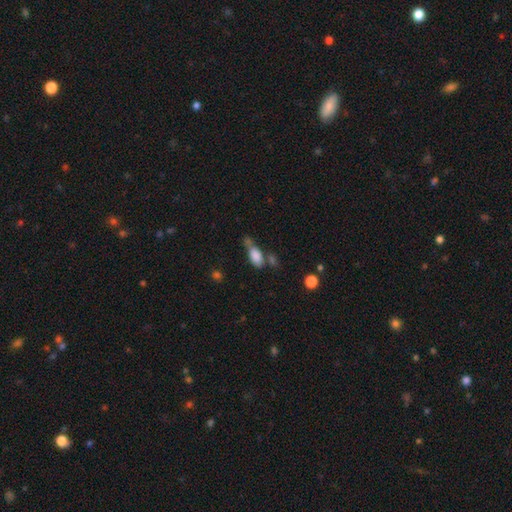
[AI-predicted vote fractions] Smooth or featured?
  - smooth: 80% *
  - featured or disk: 10%
  - star or artifact: 9%
How rounded?
  - in between: 85% *
  - cigar-shaped: 9%
  - round: 6%
Merging?
  - none: 31% * (tied)
  - merger: 31% * (tied)
  - minor disturbance: 23%
  - major disturbance: 14%